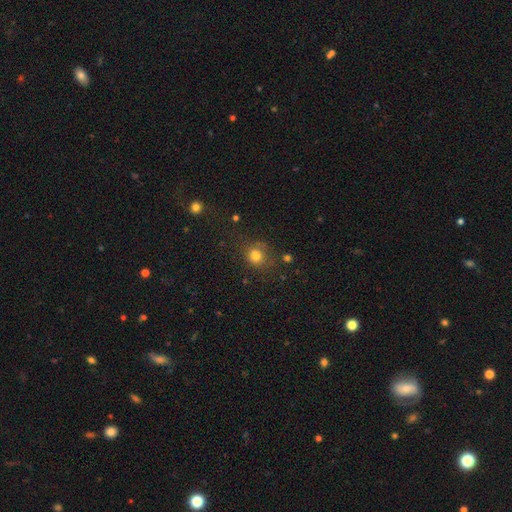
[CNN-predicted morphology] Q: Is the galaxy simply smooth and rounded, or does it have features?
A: smooth — 79%.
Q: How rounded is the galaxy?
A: round — 81%.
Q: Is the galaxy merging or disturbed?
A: none — 71%.